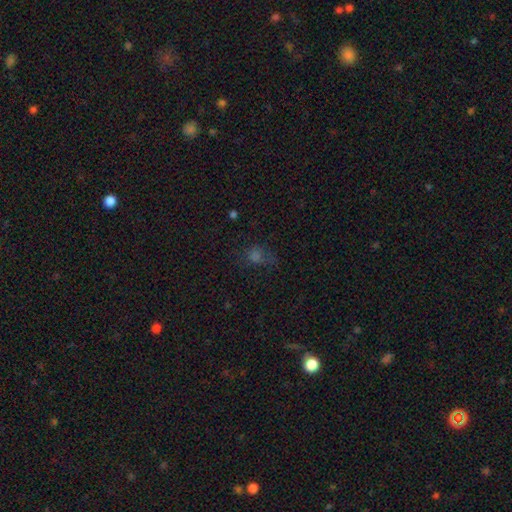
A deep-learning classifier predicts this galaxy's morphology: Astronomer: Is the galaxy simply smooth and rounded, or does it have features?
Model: smooth — 52% (runner-up: star or artifact, 36%).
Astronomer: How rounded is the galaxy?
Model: round — 59% (runner-up: in between, 39%).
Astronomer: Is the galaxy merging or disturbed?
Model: none — 57%.